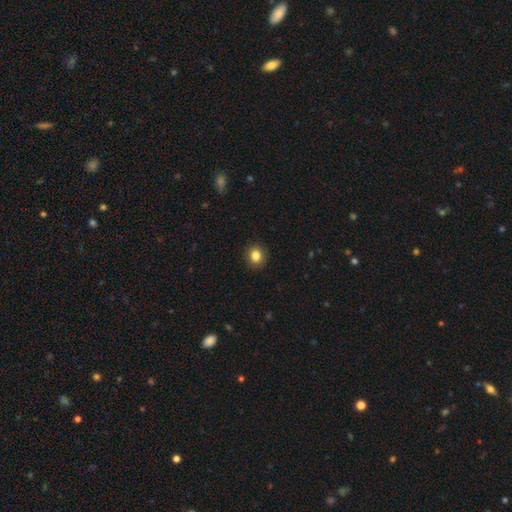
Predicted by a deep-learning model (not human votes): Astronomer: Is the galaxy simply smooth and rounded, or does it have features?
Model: smooth — 83%.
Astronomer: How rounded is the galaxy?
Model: round — 85%.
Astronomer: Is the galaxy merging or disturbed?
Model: none — 91%.